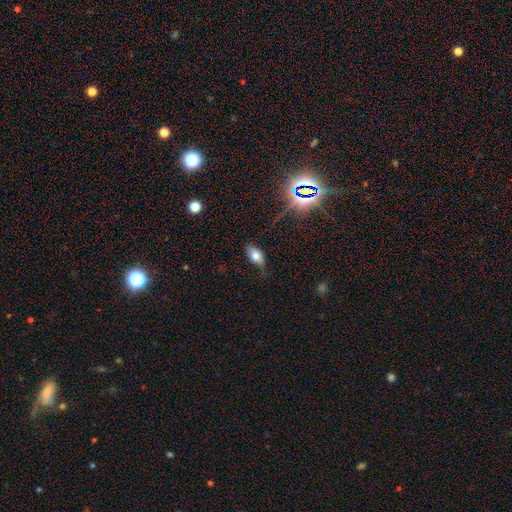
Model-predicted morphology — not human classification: A smooth galaxy with no disk features (70%) that is in between round and cigar-shaped (91%). Merging: none (70%).